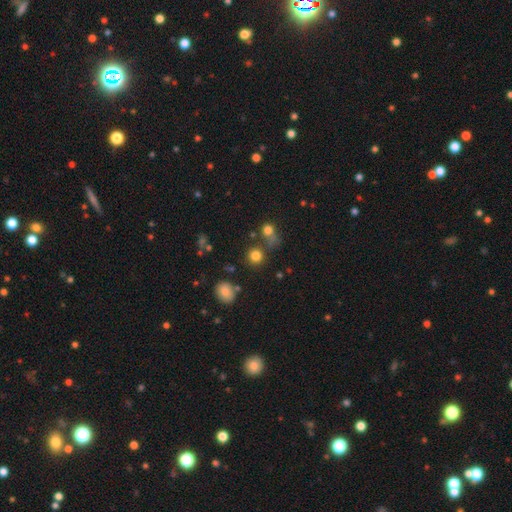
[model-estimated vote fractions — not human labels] Overall: smooth (80%). How rounded: round (91%). Merging: none (71%).